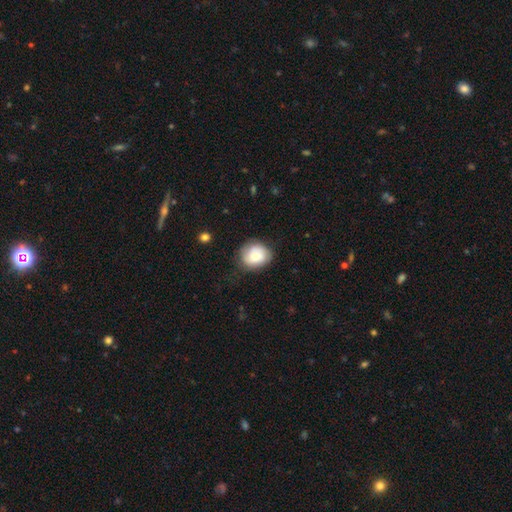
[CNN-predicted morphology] This is likely a smooth galaxy (72%). How rounded: likely round (68%). Merging: likely none (73%).